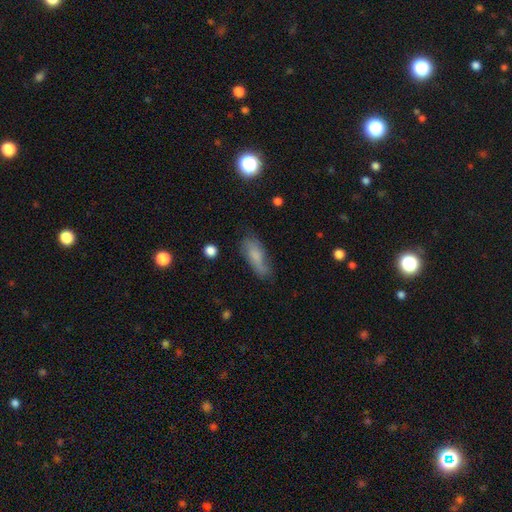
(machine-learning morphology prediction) smooth 70%, featured or disk 21%, star or artifact 9%. Down the decision tree: how rounded — in between (69%); merging — none (55%).